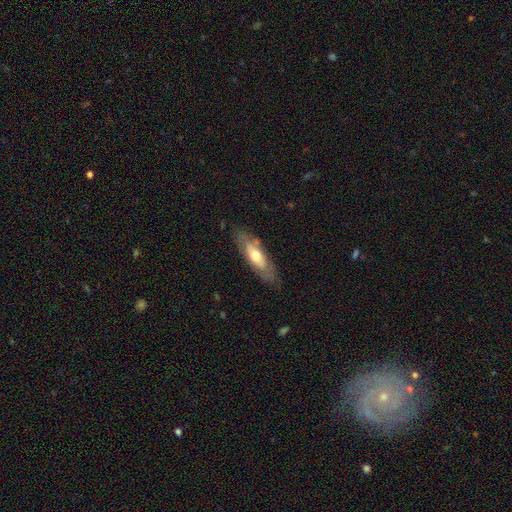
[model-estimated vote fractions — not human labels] Overall: smooth (49%; featured or disk 45%). Merging: none (77%).